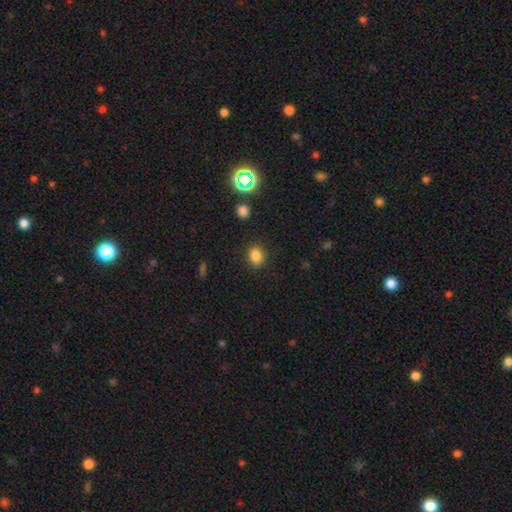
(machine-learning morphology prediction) This appears to be a smooth galaxy with no disk features (83%) that is in between round and cigar-shaped (52%). Merging: none (87%).